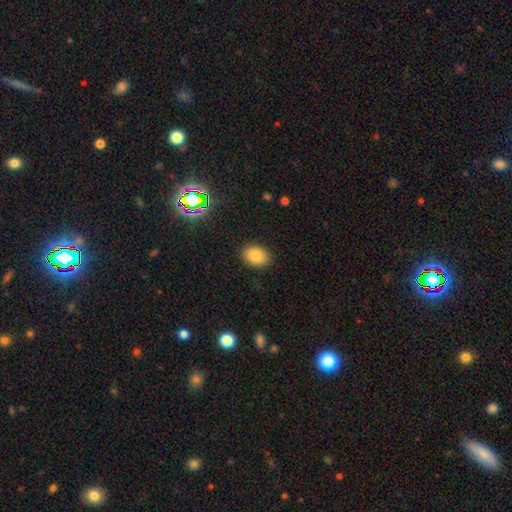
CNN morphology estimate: smooth_or_featured: smooth (p=0.84) [alt: star or artifact p=0.10]
how_rounded: in between (p=0.74) [alt: round p=0.25]
merging: none (p=0.89) [alt: minor disturbance p=0.08]